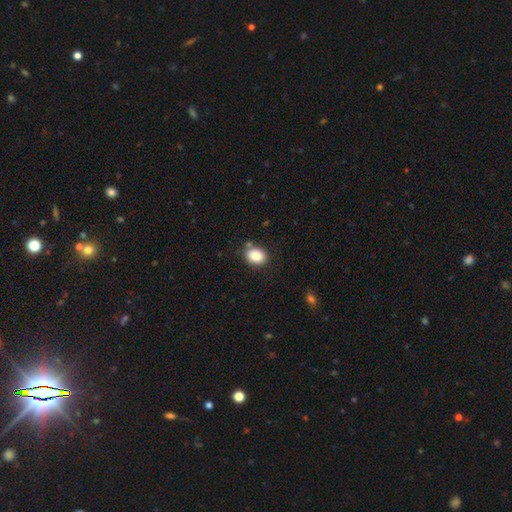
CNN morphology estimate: The model was most divided on "how rounded": in between: 54%, round: 45%, cigar-shaped: 1%. More confident: smooth or featured — smooth (87%); merging — none (78%).